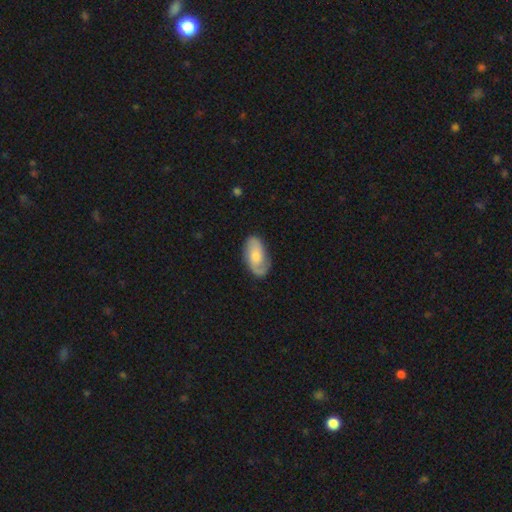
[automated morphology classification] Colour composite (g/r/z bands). It shows a featured or disk galaxy (57%) with no bar (64%), spiral arms (88%) and a moderate central bulge (54%). Merging: none (78%).